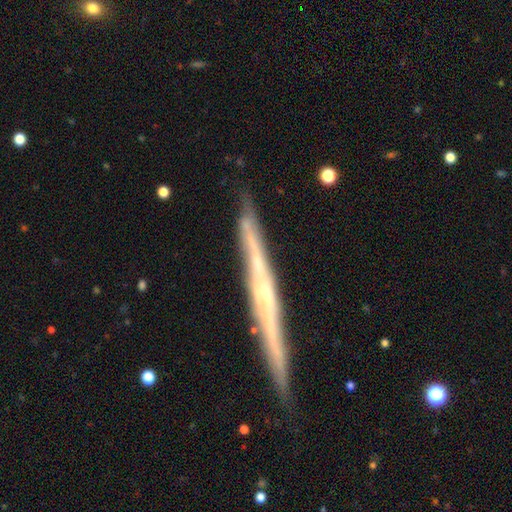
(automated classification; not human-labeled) Smooth or featured?
  - featured or disk: 72% *
  - smooth: 22%
  - star or artifact: 6%
Edge-on disk?
  - yes: 96% *
  - no: 4%
Edge-on bulge?
  - none: 52% *
  - rounded: 35%
  - boxy: 12%
Merging?
  - none: 83% *
  - minor disturbance: 12%
  - merger: 3%
  - major disturbance: 2%